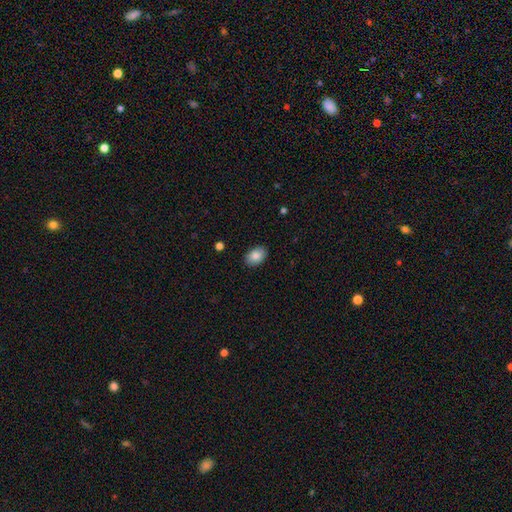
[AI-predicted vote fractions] Smooth or featured?
  - smooth: 86% *
  - star or artifact: 7%
  - featured or disk: 7%
How rounded?
  - in between: 86% *
  - round: 13%
  - cigar-shaped: 1%
Merging?
  - none: 87% *
  - minor disturbance: 10%
  - major disturbance: 2%
  - merger: 1%